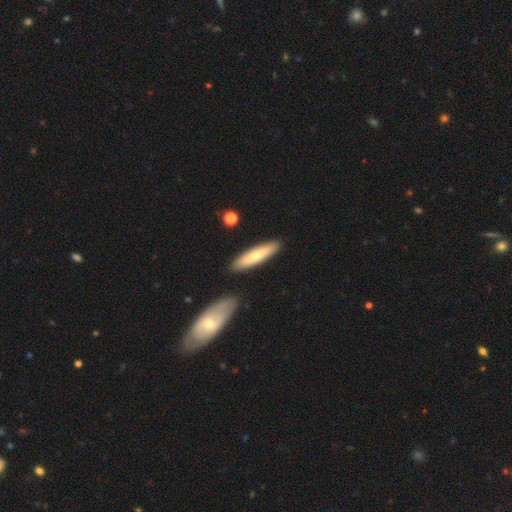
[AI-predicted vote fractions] Overall: smooth (57%; featured or disk 37%). How rounded: cigar-shaped (78%). Merging: none (87%).